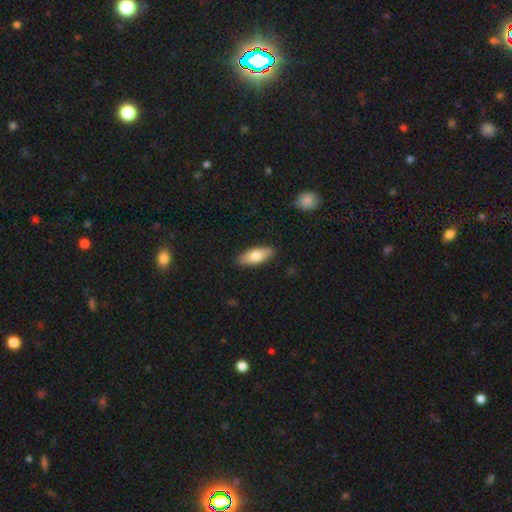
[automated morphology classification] smooth_or_featured: smooth (p=0.73) [alt: featured or disk p=0.21]
how_rounded: in between (p=0.74) [alt: cigar-shaped p=0.23]
merging: none (p=0.89) [alt: minor disturbance p=0.08]